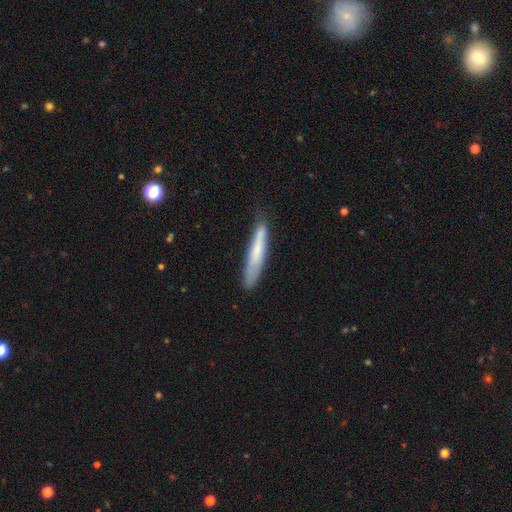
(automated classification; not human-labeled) Smooth or featured?
  - smooth: 61% *
  - featured or disk: 32%
  - star or artifact: 7%
How rounded?
  - cigar-shaped: 93% *
  - in between: 6%
  - round: 1%
Merging?
  - none: 74% *
  - minor disturbance: 20%
  - major disturbance: 3%
  - merger: 2%